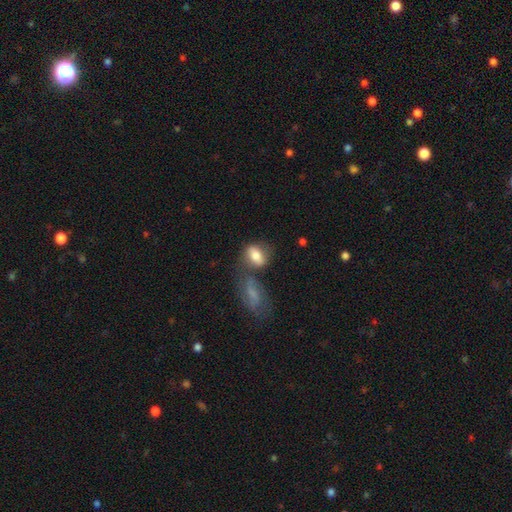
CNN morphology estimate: A smooth galaxy with no disk features (73%) that is in between round and cigar-shaped (80%).

Vote fractions:
- Smooth or featured? smooth: 73% / featured or disk: 19% / star or artifact: 8%
- How rounded? in between: 80% / round: 15% / cigar-shaped: 5%
- Merging? none: 43% / merger: 30% / minor disturbance: 18% / major disturbance: 9%